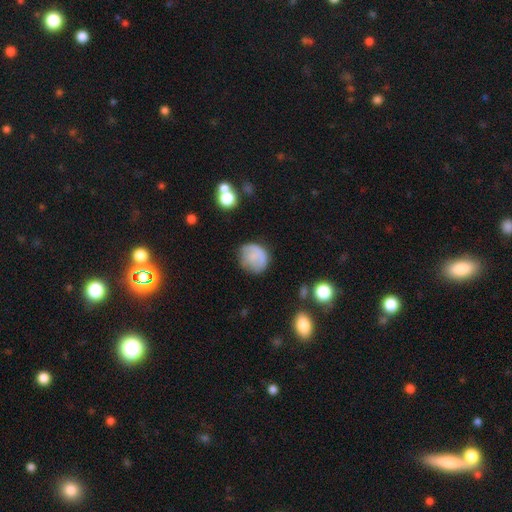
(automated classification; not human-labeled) A smooth galaxy with no disk features (67%) that is round (74%). Merging: none (59%).